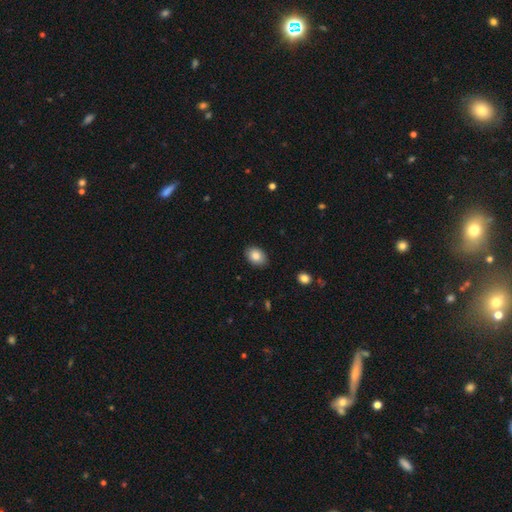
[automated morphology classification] type=smooth (84%); roundness=in between (78%); merging=none (88%).